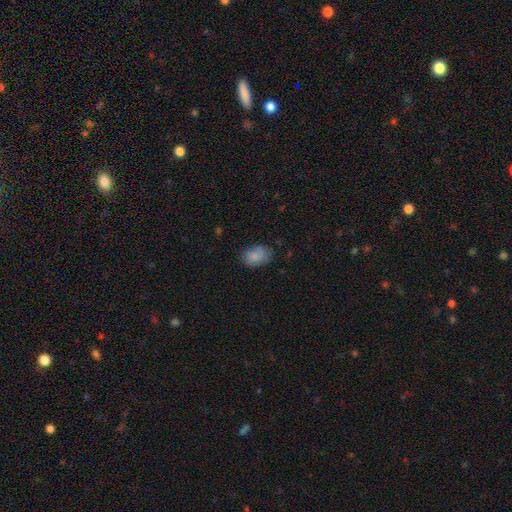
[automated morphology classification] Smooth or featured?
  - smooth: 84% *
  - featured or disk: 8%
  - star or artifact: 8%
How rounded?
  - in between: 78% *
  - round: 21%
  - cigar-shaped: 1%
Merging?
  - none: 73% *
  - minor disturbance: 21%
  - major disturbance: 5%
  - merger: 2%